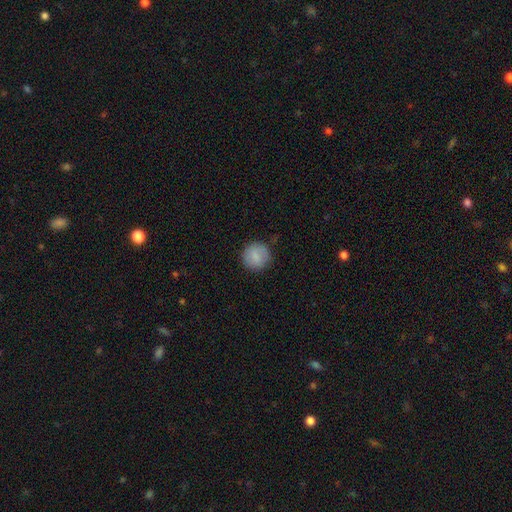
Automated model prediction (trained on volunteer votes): A smooth galaxy with no disk features (83%) that is round (92%).

Vote fractions:
- Smooth or featured? smooth: 83% / featured or disk: 10% / star or artifact: 7%
- How rounded? round: 92% / in between: 7% / cigar-shaped: 1%
- Merging? none: 84% / minor disturbance: 11% / major disturbance: 3% / merger: 1%